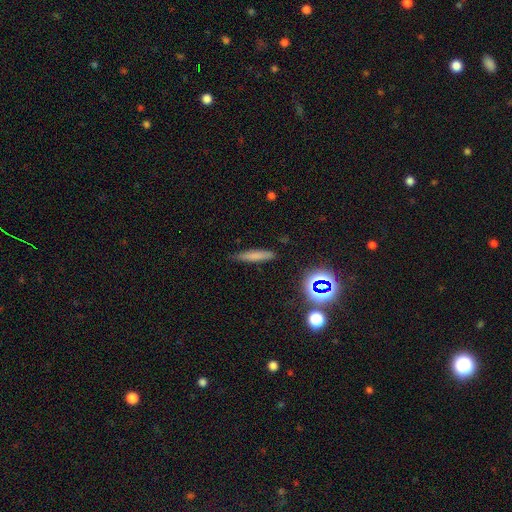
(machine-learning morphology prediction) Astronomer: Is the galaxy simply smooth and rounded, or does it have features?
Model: smooth — 70%.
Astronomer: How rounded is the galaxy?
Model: cigar-shaped — 88%.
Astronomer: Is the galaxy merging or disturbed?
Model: none — 84%.